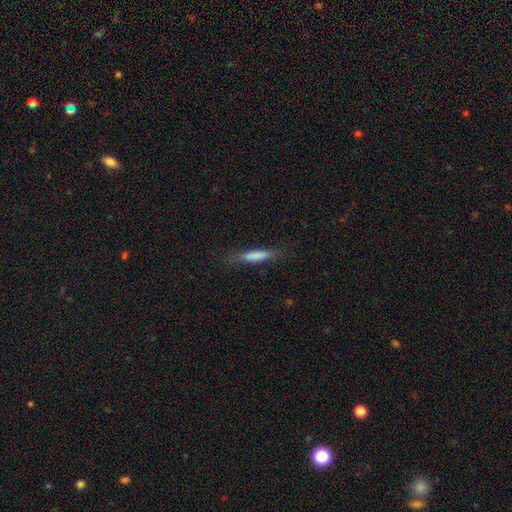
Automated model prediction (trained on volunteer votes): A smooth galaxy with no disk features (77%) that is cigar-shaped (80%). Merging: none (77%).